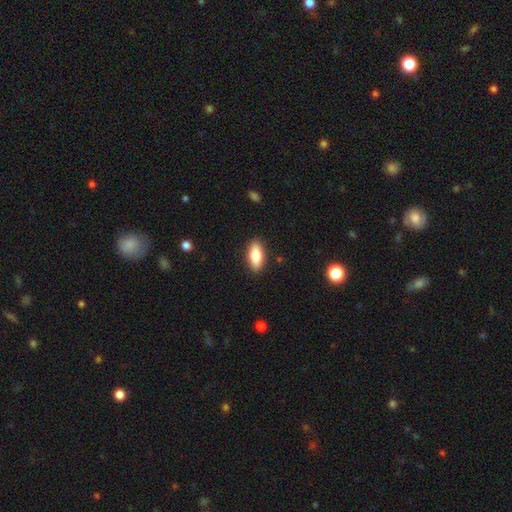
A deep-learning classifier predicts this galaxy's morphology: Smooth or featured?
  - smooth: 79% *
  - featured or disk: 14%
  - star or artifact: 6%
How rounded?
  - in between: 80% *
  - cigar-shaped: 17%
  - round: 3%
Merging?
  - none: 88% *
  - minor disturbance: 8%
  - major disturbance: 2%
  - merger: 1%